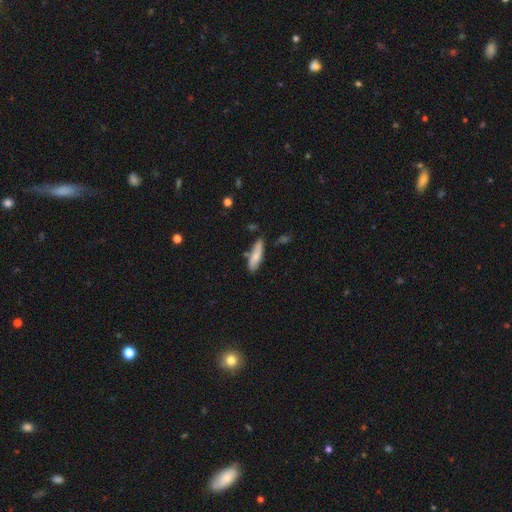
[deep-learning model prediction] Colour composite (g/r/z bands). It shows a smooth galaxy with no disk features (77%) that is cigar-shaped (59%). Merging: none (67%).